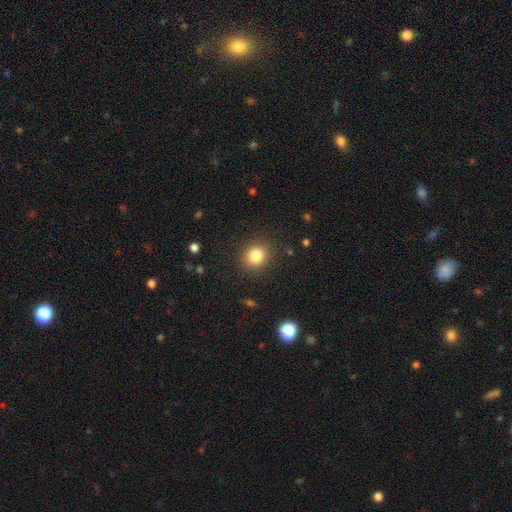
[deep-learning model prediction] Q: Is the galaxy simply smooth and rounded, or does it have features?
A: smooth — 83%.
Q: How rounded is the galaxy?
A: round — 76%.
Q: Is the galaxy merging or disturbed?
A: none — 88%.